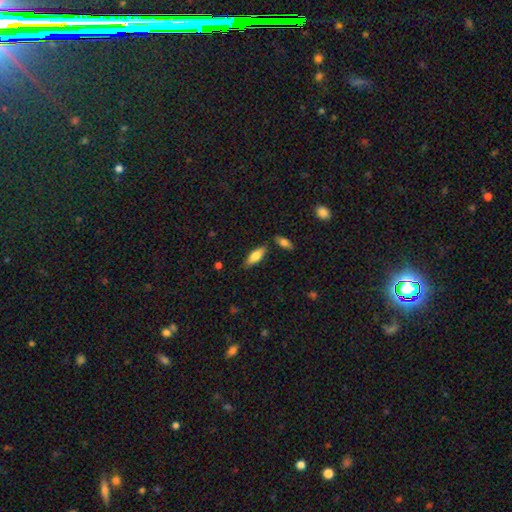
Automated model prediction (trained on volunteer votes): Q: Smooth or featured?
A: smooth (72%); runner-up: featured or disk (22%)
Q: How rounded?
A: in between (67%); runner-up: cigar-shaped (31%)
Q: Merging?
A: none (79%); runner-up: minor disturbance (13%)